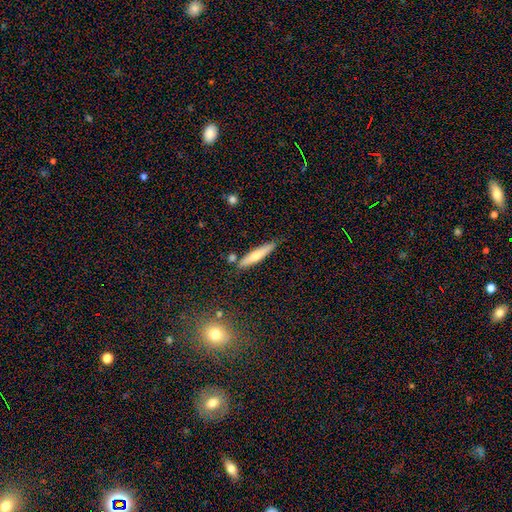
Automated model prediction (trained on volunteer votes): The model was most divided on "smooth or featured": smooth: 60%, featured or disk: 34%, star or artifact: 6%. More confident: how rounded — cigar-shaped (88%); merging — none (81%).